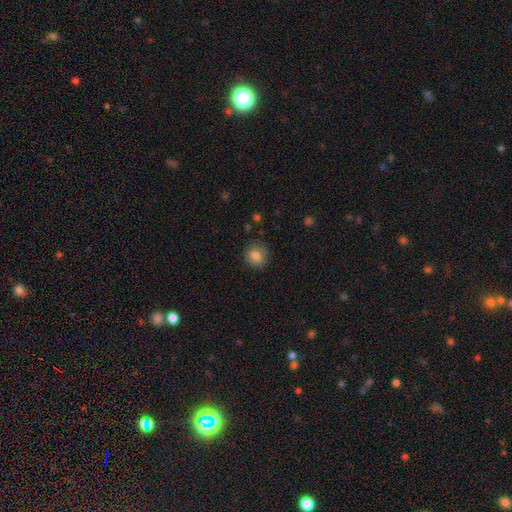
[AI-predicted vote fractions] Smooth or featured: smooth — 83% (star or artifact — 9%)
How rounded: round — 80% (in between — 19%)
Merging: none — 83% (minor disturbance — 12%)